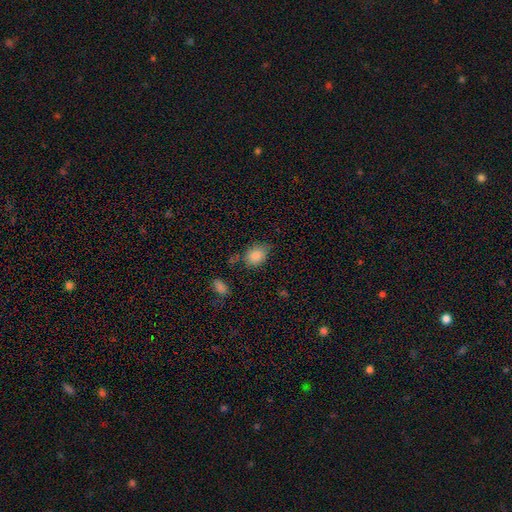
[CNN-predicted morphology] Smooth or featured?
  - smooth: 85% *
  - star or artifact: 9%
  - featured or disk: 6%
How rounded?
  - in between: 57% *
  - round: 42%
  - cigar-shaped: 1%
Merging?
  - none: 66% *
  - minor disturbance: 23%
  - major disturbance: 6%
  - merger: 6%